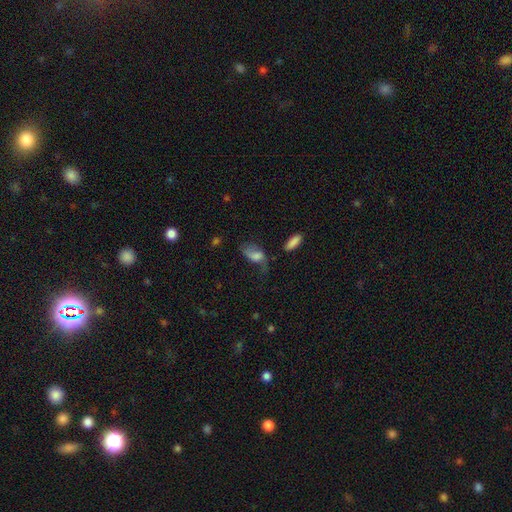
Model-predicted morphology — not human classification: type=smooth (58%); roundness=in between (88%); merging=major disturbance (34%).